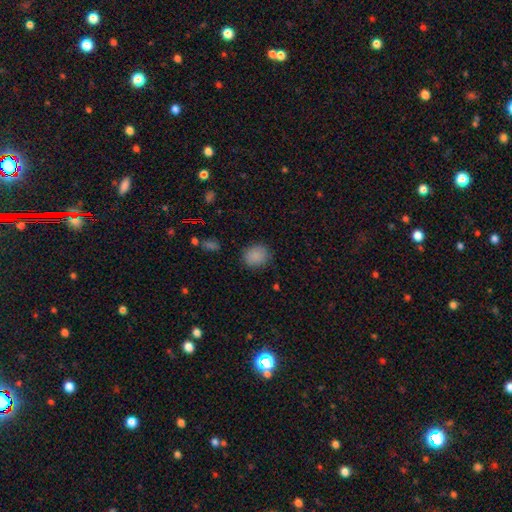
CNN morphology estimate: smooth 86%, star or artifact 10%, featured or disk 4%. Down the decision tree: how rounded — round (73%); merging — none (85%).